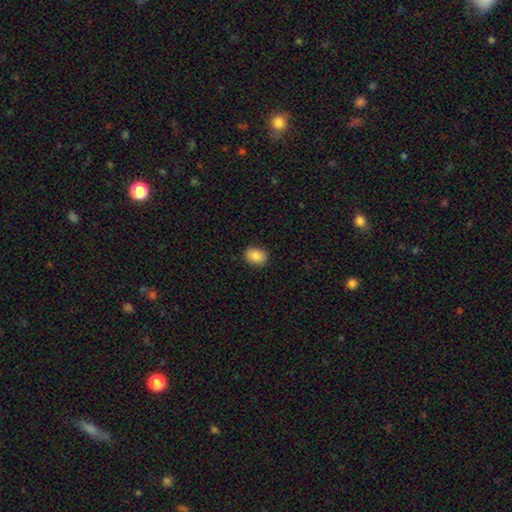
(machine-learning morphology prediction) A smooth galaxy with no disk features (88%) that is in between round and cigar-shaped (60%). Merging: none (88%).